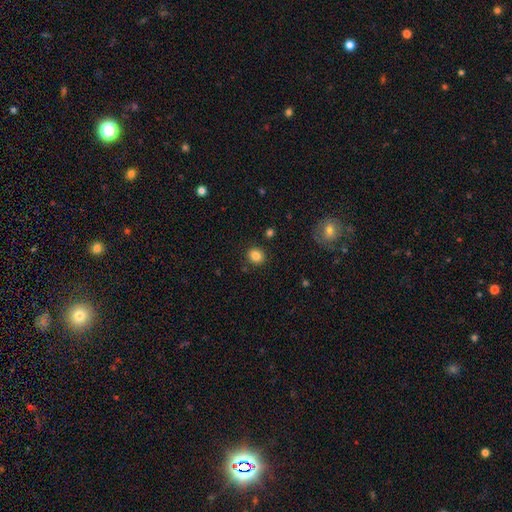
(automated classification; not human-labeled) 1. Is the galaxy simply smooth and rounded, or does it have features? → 84% smooth, 11% star or artifact, 6% featured or disk.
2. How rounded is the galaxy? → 80% round, 19% in between, 1% cigar-shaped.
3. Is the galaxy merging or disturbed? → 89% none, 7% minor disturbance, 2% major disturbance, 2% merger.